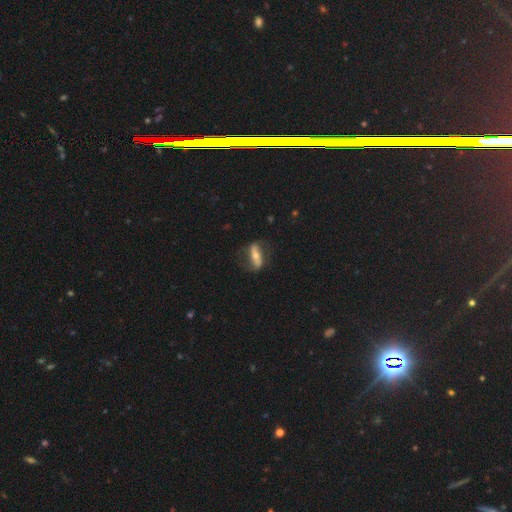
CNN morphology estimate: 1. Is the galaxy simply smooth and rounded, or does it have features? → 64% featured or disk, 30% smooth, 7% star or artifact.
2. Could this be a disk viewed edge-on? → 73% no, 27% yes.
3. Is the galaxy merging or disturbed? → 69% none, 18% minor disturbance, 11% major disturbance, 2% merger.